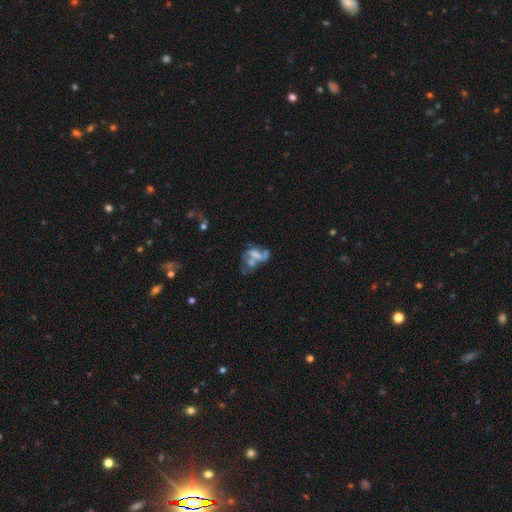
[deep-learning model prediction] Overall: featured or disk (53%; smooth 33%). Edge-on disk: no (96%). Bar: no (71%). Spiral arms: no (74%). Bulge size: none (47%; moderate 22%). Merging: merger (44%; major disturbance 25%).